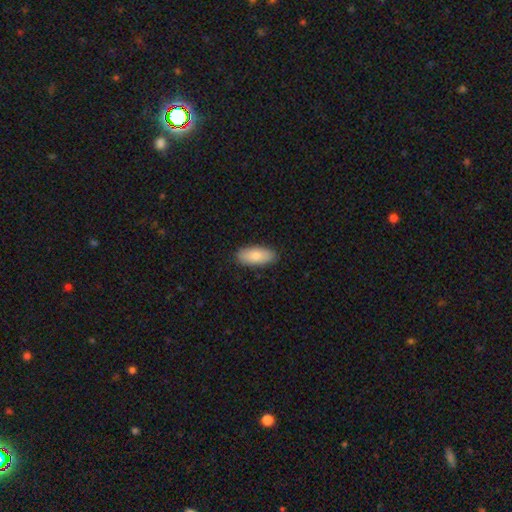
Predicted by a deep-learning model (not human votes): Smooth or featured? smooth (83%)
How rounded? in between (86%)
Merging? none (88%)